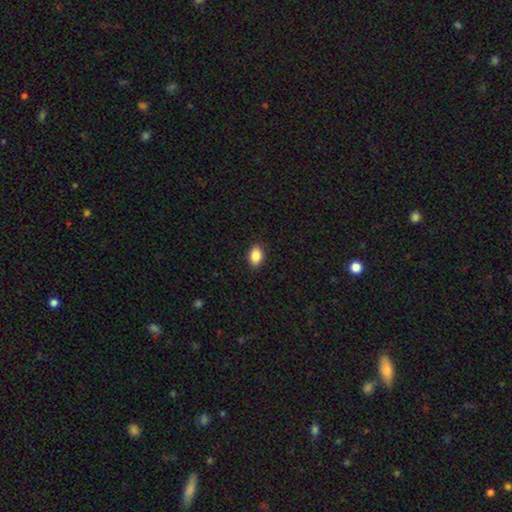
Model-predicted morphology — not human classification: Smooth or featured? smooth (88%)
How rounded? in between (86%)
Merging? none (89%)